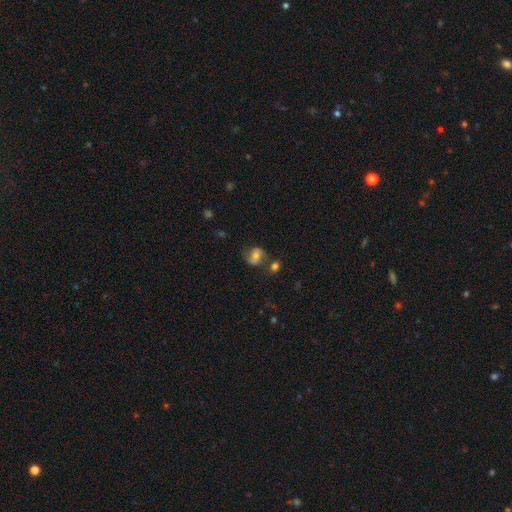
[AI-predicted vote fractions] This appears to be a featured or disk galaxy (49%). Merging: none (60%).